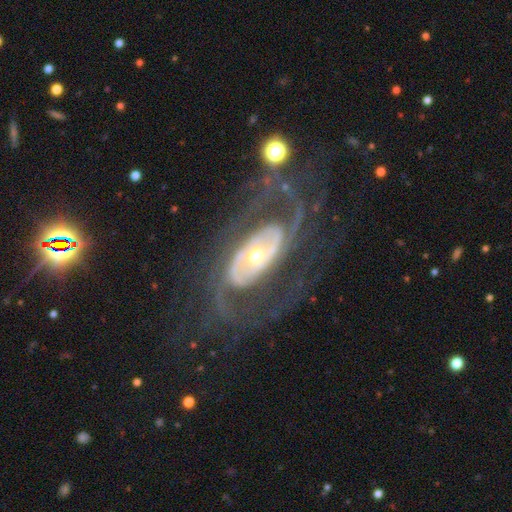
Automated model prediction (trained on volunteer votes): The model was most divided on "bulge size": moderate: 48%, small: 45%, large: 5%, dominant: 1%, none: 1%. Remaining: edge-on disk — no (94%); spiral arms — yes (88%); smooth or featured — featured or disk (87%); spiral arm count — 2 (66%); merging — none (61%); bar — no (56%); spiral winding — medium (42%).